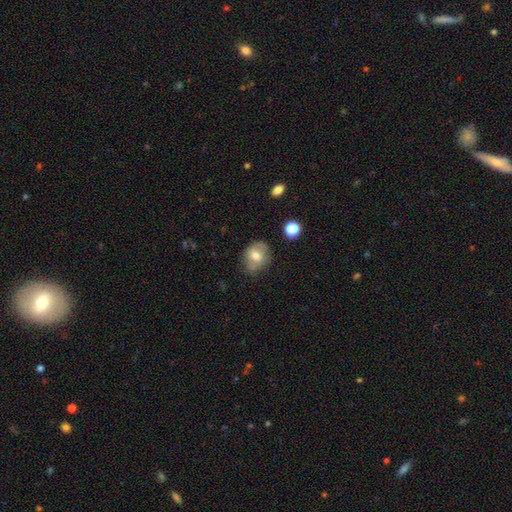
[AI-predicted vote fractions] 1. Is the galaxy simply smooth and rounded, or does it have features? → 67% smooth, 24% featured or disk, 9% star or artifact.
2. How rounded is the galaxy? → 54% round, 45% in between, 1% cigar-shaped.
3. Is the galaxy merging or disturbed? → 65% none, 25% minor disturbance, 7% major disturbance, 3% merger.